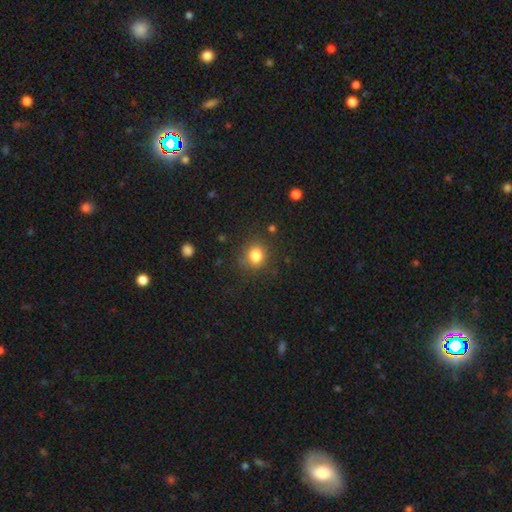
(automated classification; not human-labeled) This is clearly a smooth galaxy (83%). How rounded: likely round (76%). Merging: clearly none (82%).